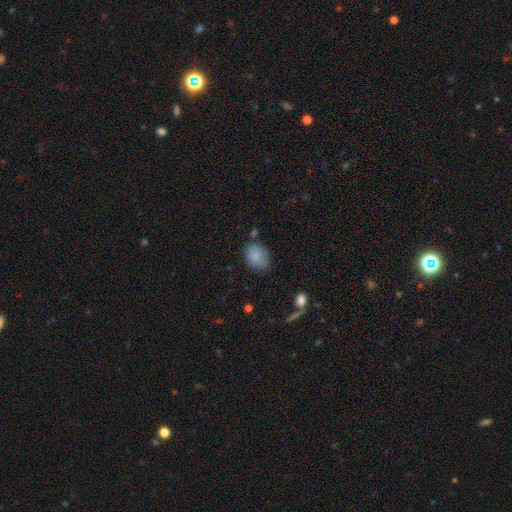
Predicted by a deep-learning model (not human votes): A smooth galaxy with no disk features (83%) that is in between round and cigar-shaped (70%). Merging: none (65%).